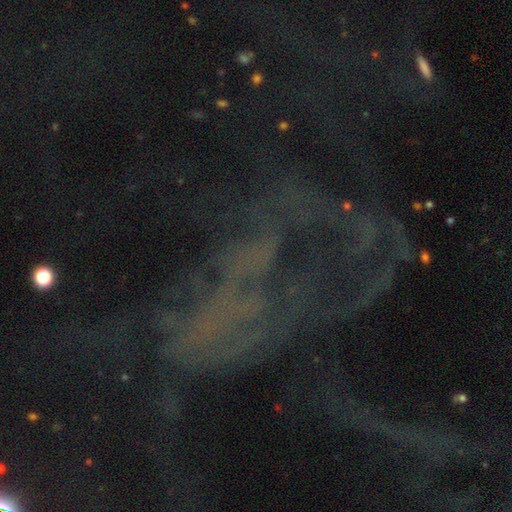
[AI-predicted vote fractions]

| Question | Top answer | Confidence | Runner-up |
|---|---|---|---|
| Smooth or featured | star or artifact | 45% | featured or disk (42%) |